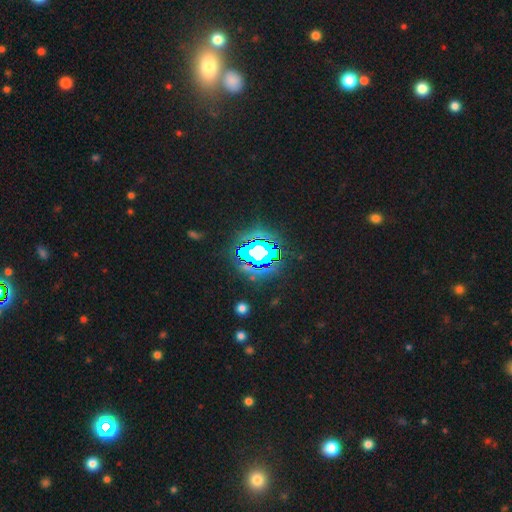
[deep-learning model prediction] Smooth or featured? star or artifact (71%)